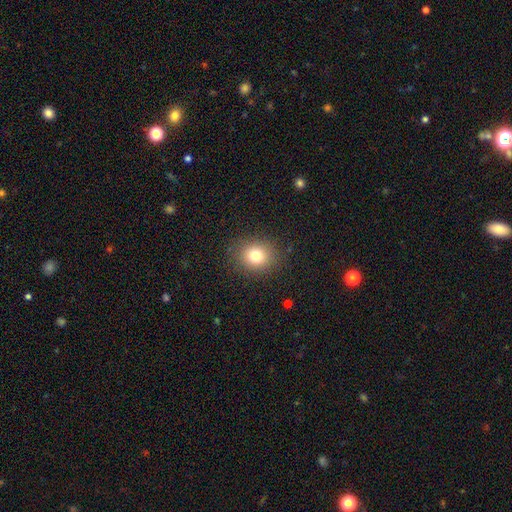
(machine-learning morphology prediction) smooth_or_featured: smooth (p=0.78) [alt: star or artifact p=0.13]
how_rounded: round (p=0.73) [alt: in between p=0.27]
merging: none (p=0.88) [alt: minor disturbance p=0.08]